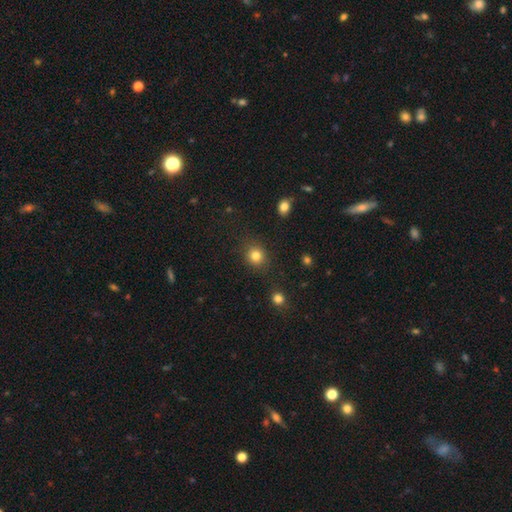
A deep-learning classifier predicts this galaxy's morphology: A smooth galaxy with no disk features (83%) that is round (84%).

Vote fractions:
- Smooth or featured? smooth: 83% / star or artifact: 12% / featured or disk: 6%
- How rounded? round: 84% / in between: 15% / cigar-shaped: 1%
- Merging? none: 85% / minor disturbance: 9% / major disturbance: 4% / merger: 2%